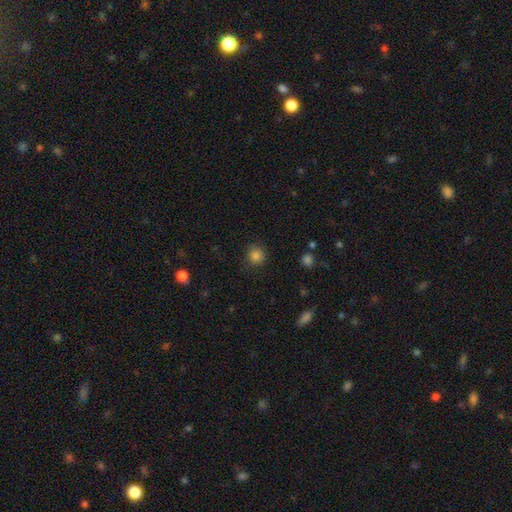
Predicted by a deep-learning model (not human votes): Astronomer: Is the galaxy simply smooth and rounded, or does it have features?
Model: smooth — 83%.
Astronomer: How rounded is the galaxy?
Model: round — 91%.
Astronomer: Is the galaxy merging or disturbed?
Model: none — 87%.